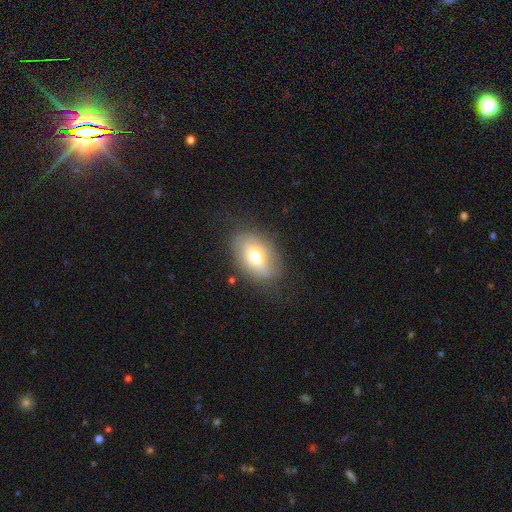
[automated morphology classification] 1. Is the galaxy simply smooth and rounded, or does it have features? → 61% smooth, 30% featured or disk, 9% star or artifact.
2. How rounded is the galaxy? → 84% in between, 13% round, 3% cigar-shaped.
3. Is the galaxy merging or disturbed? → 71% none, 20% minor disturbance, 8% major disturbance, 2% merger.